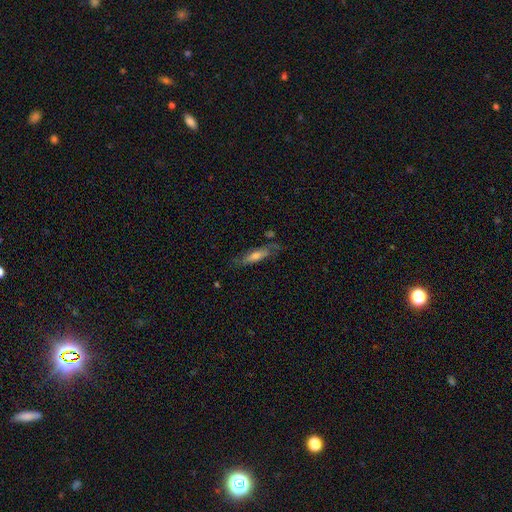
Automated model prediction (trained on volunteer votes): Morphology: type=smooth (50%); merging=none (67%).